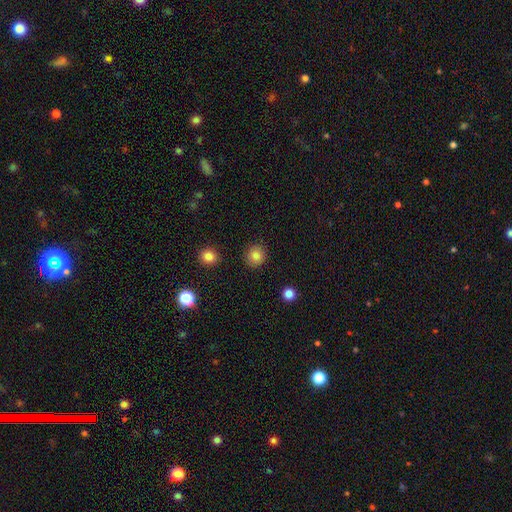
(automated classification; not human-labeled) This appears to be a smooth galaxy with no disk features (84%) that is round (88%). Merging: none (90%).